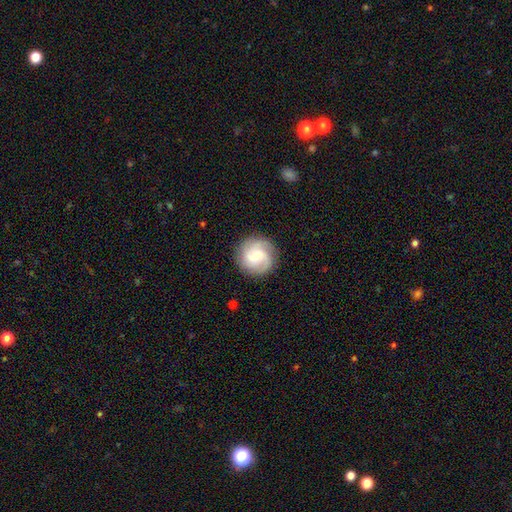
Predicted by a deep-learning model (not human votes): The model was most divided on "spiral winding": medium: 41%, tight: 39%, loose: 20%. Remaining: edge-on disk — no (98%); spiral arms — yes (92%); merging — none (86%); smooth or featured — featured or disk (61%); bar — no (56%); bulge size — moderate (52%); spiral arm count — 3 (41%).